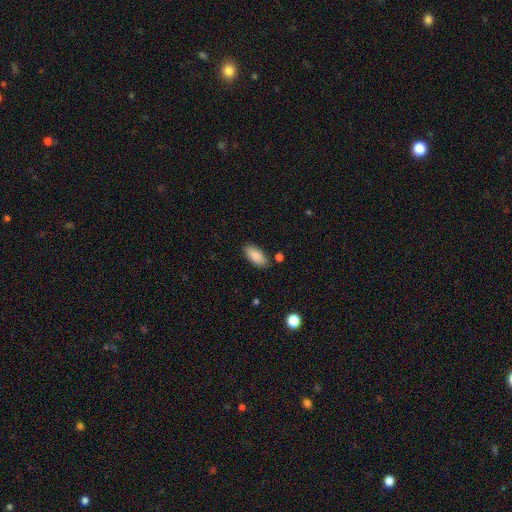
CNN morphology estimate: Overall: smooth (88%). How rounded: in between (89%). Merging: none (84%).